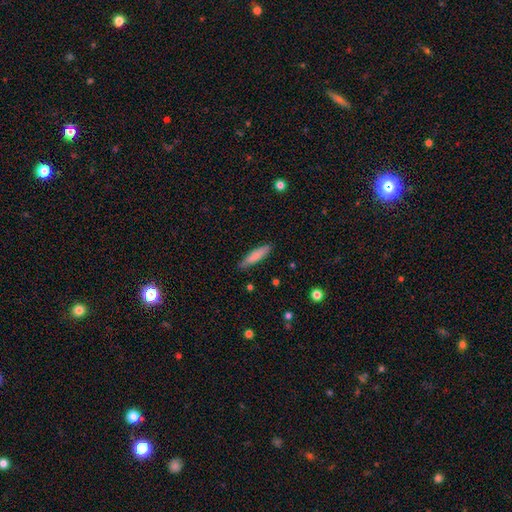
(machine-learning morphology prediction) Q: Smooth or featured?
A: smooth (78%); runner-up: featured or disk (16%)
Q: How rounded?
A: cigar-shaped (76%); runner-up: in between (23%)
Q: Merging?
A: none (84%); runner-up: minor disturbance (12%)